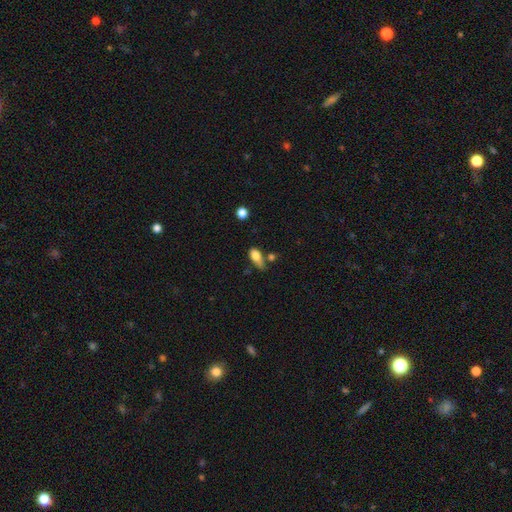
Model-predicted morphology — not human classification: Smooth or featured: smooth — 78% (featured or disk — 13%)
How rounded: in between — 80% (cigar-shaped — 14%)
Merging: none — 37% (minor disturbance — 32%)